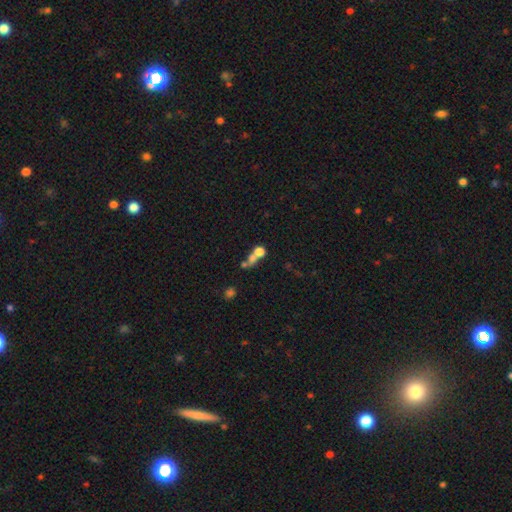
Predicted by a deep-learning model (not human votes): Morphology: type=smooth (64%); roundness=round (69%); merging=merger (59%).